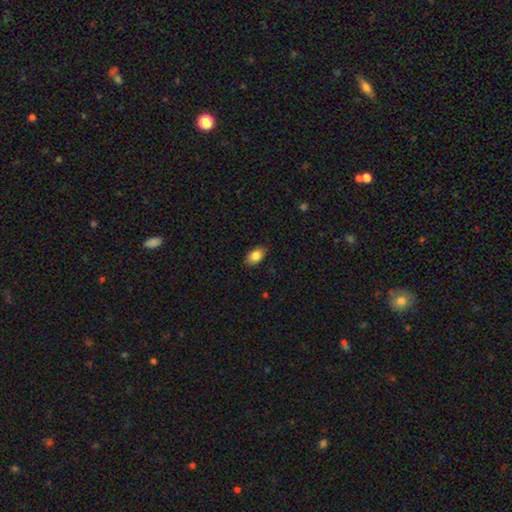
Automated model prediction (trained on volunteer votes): A smooth galaxy with no disk features (84%) that is in between round and cigar-shaped (89%).

Vote fractions:
- Smooth or featured? smooth: 84% / featured or disk: 9% / star or artifact: 7%
- How rounded? in between: 89% / round: 9% / cigar-shaped: 2%
- Merging? none: 83% / minor disturbance: 13% / major disturbance: 2% / merger: 1%